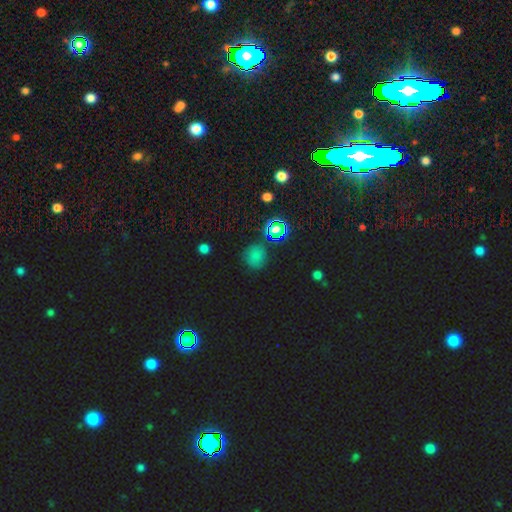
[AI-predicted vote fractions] Smooth or featured? Predicted: smooth (p=0.63). How rounded? Predicted: round (p=0.89). Merging? Predicted: none (p=0.80).